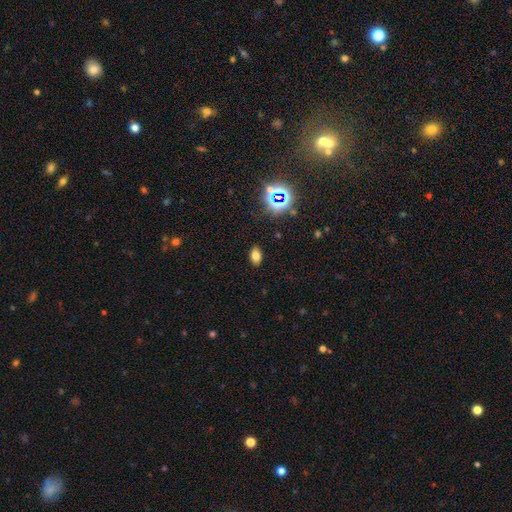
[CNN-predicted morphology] smooth 73%, star or artifact 18%, featured or disk 8%. Down the decision tree: how rounded — in between (88%); merging — none (88%).